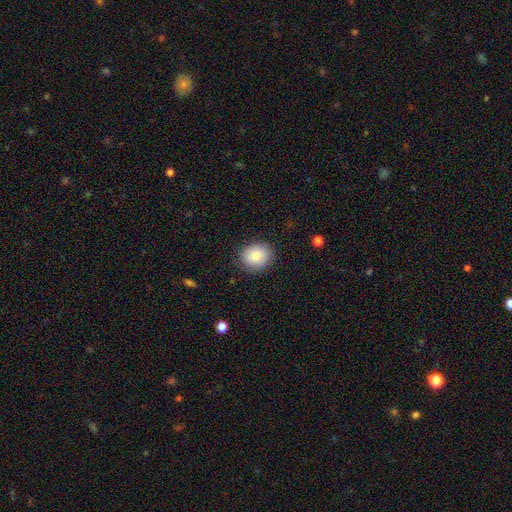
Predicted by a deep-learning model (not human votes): Smooth or featured: smooth — 82% (featured or disk — 10%)
How rounded: round — 71% (in between — 28%)
Merging: none — 86% (minor disturbance — 10%)